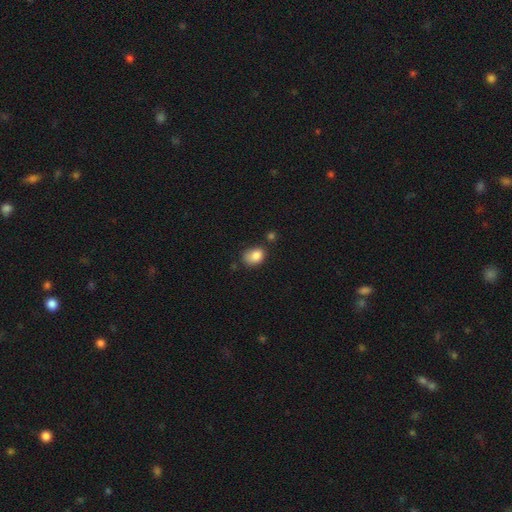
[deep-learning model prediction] Smooth or featured: smooth — 84% (star or artifact — 9%)
How rounded: in between — 70% (round — 29%)
Merging: none — 56% (minor disturbance — 29%)